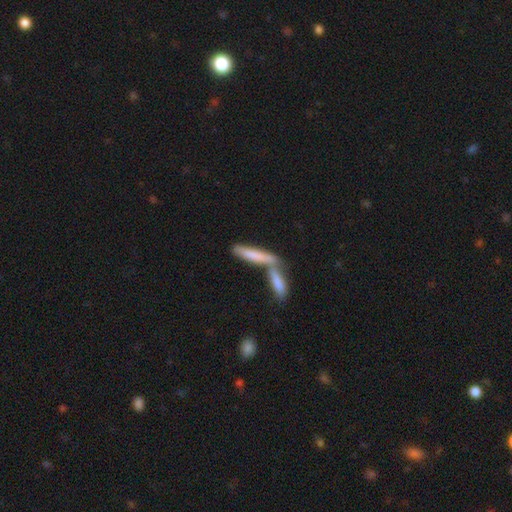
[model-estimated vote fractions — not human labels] smooth-or-featured: smooth: 70% | featured or disk: 23% | star or artifact: 7%
  how-rounded: cigar-shaped: 82% | in between: 16% | round: 2%
  merging: merger: 51% | none: 36% | minor disturbance: 9% | major disturbance: 4%